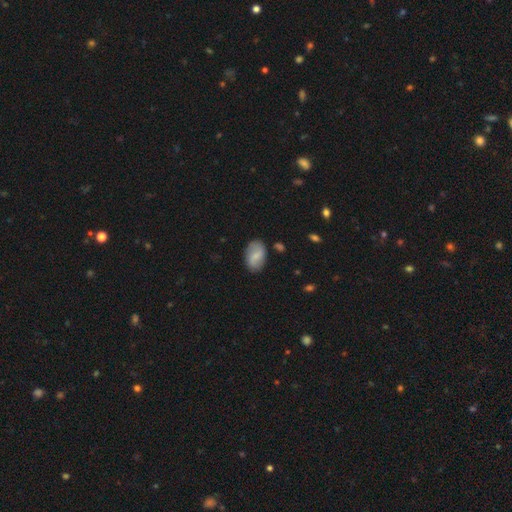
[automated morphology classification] Overall: smooth (69%). How rounded: in between (91%). Merging: none (80%).